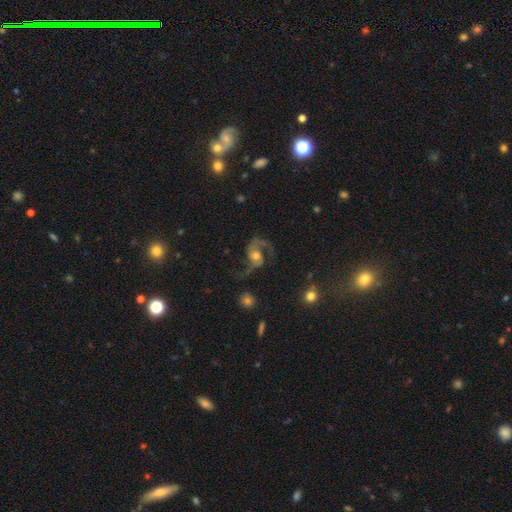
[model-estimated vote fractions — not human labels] smooth-or-featured: featured or disk: 86% | smooth: 7% | star or artifact: 6%
  disk-edge-on: no: 97% | yes: 3%
    bar: no: 60% | weak: 30% | strong: 10%
    has-spiral-arms: yes: 96% | no: 4%
      spiral-winding: loose: 61% | medium: 33% | tight: 7%
      spiral-arm-count: 2: 91% | 1: 4% | can't tell: 2% | 3: 1% | 4: 1% | more than 4: 1%
    bulge-size: moderate: 67% | small: 18% | large: 12% | none: 2% | dominant: 2%
  merging: none: 58% | major disturbance: 22% | minor disturbance: 17% | merger: 3%